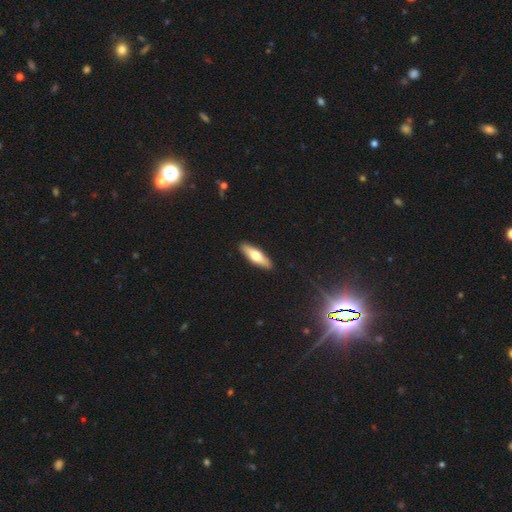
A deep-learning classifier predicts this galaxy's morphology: Overall: smooth (57%; featured or disk 38%). How rounded: cigar-shaped (58%; in between 40%). Merging: none (91%).